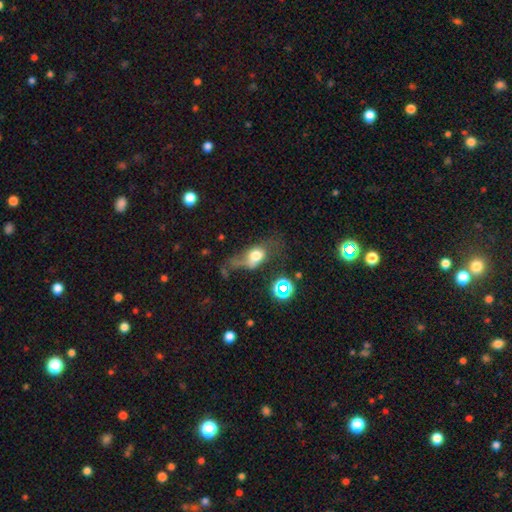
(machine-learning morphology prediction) The model was most divided on "merging": major disturbance: 43%, none: 25%, minor disturbance: 23%, merger: 10%. More confident: how rounded — in between (64%); smooth or featured — smooth (62%).